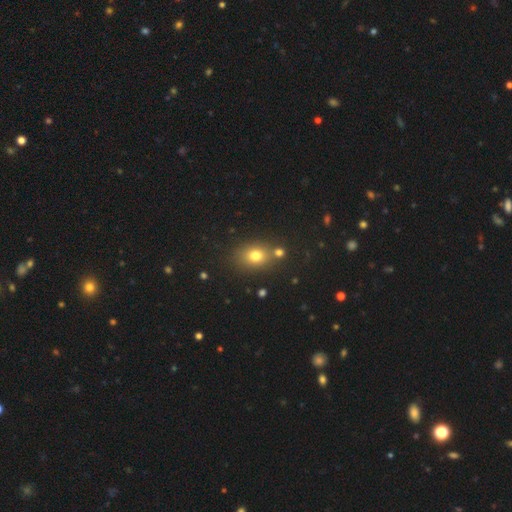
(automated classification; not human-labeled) This is likely a smooth galaxy (76%). How rounded: possibly in between (54%). Merging: likely none (72%).